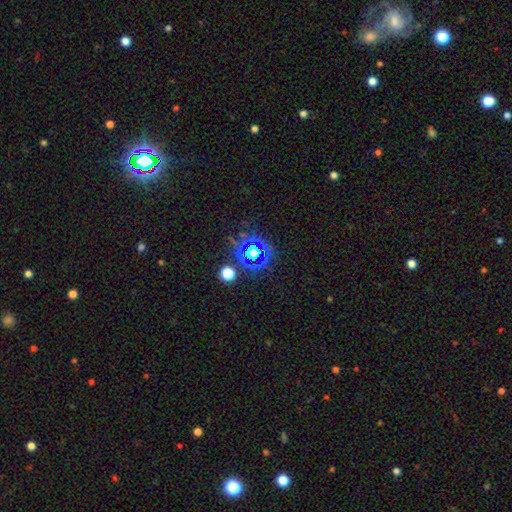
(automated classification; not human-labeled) smooth_or_featured: star or artifact (p=0.71) [alt: smooth p=0.19]